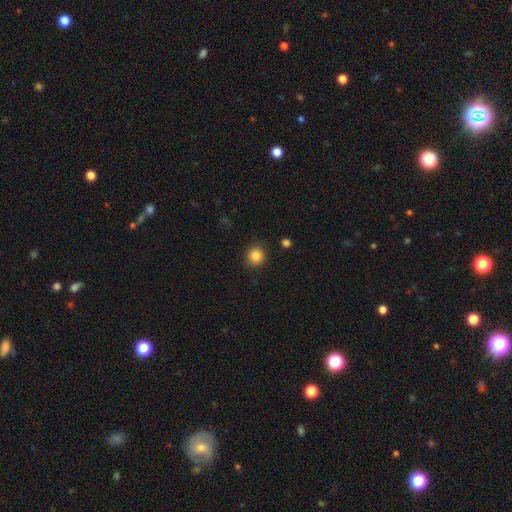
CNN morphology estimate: smooth 86%, star or artifact 10%, featured or disk 4%. Down the decision tree: how rounded — round (91%); merging — none (90%).